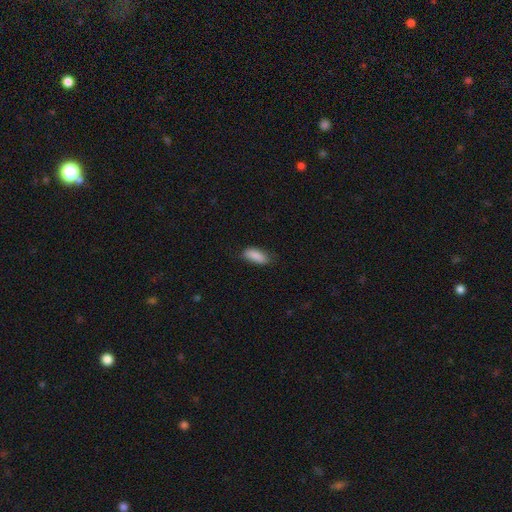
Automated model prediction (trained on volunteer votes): The model was most divided on "merging": none: 75%, minor disturbance: 20%, major disturbance: 4%, merger: 1%. More confident: smooth or featured — smooth (88%); how rounded — in between (82%).